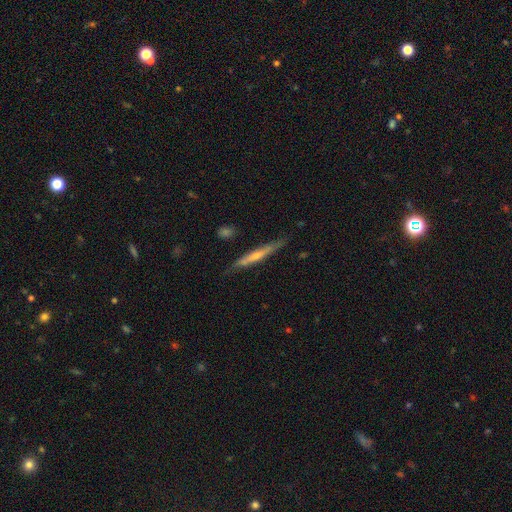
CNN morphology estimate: smooth-or-featured: featured or disk: 58% | smooth: 36% | star or artifact: 6%
  disk-edge-on: yes: 93% | no: 7%
    edge-on-bulge: rounded: 53% | none: 40% | boxy: 7%
  merging: none: 80% | minor disturbance: 15% | major disturbance: 3% | merger: 2%